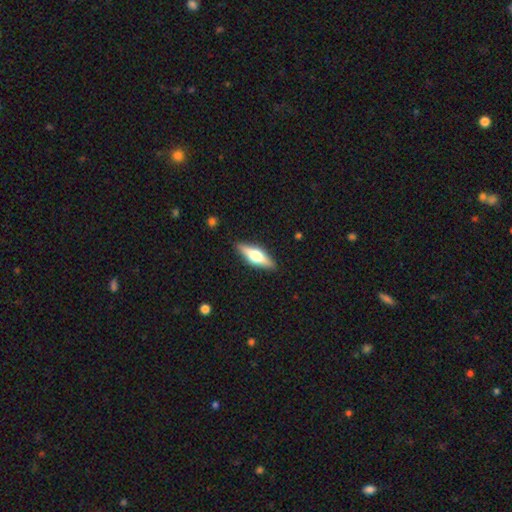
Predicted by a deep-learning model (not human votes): Smooth or featured? featured or disk (52%)
Edge-on disk? yes (93%)
Merging? none (88%)